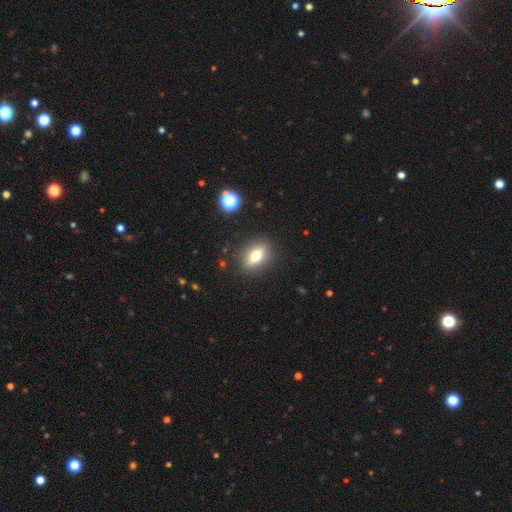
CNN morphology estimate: Overall: smooth (75%). How rounded: in between (78%). Merging: none (87%).